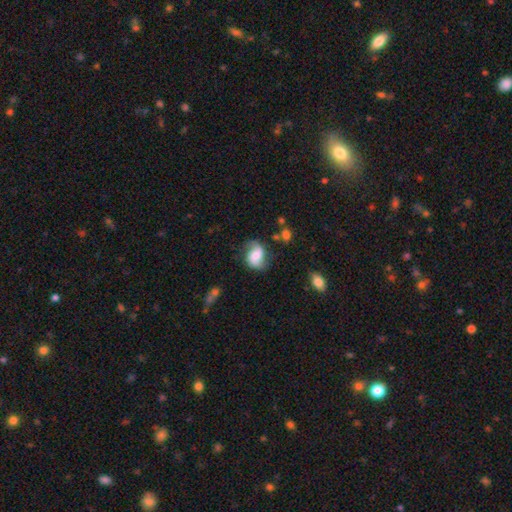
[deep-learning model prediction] A featured or disk galaxy (57%) with no bar (46%), spiral arms (89%) and a moderate central bulge (49%).

Vote fractions:
- Smooth or featured? featured or disk: 57% / smooth: 35% / star or artifact: 8%
- Edge-on disk? no: 97% / yes: 3%
- Bar? no: 46% / weak: 39% / strong: 15%
- Spiral arms? yes: 89% / no: 11%
- Bulge size? moderate: 49% / small: 23% / large: 18% / none: 6% / dominant: 3%
- Merging? none: 68% / minor disturbance: 21% / major disturbance: 8% / merger: 3%